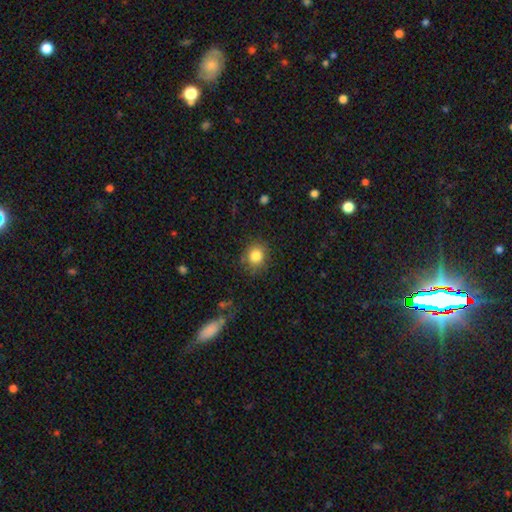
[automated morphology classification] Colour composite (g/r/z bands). It shows a smooth galaxy with no disk features (83%) that is round (75%). Merging: none (84%).